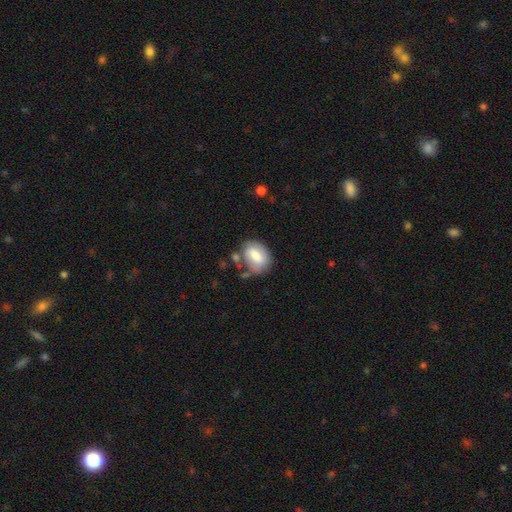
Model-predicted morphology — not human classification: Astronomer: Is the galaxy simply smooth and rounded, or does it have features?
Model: smooth — 68%.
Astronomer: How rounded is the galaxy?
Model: in between — 75%.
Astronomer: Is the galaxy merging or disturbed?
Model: none — 57%.